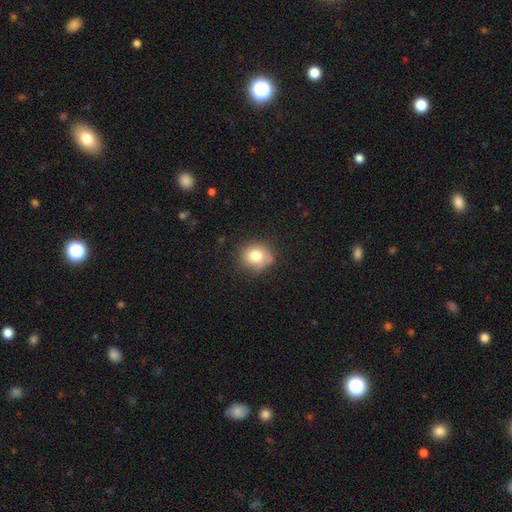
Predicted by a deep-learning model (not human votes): smooth-or-featured: smooth: 78% | featured or disk: 12% | star or artifact: 11%
  how-rounded: round: 80% | in between: 19% | cigar-shaped: 1%
  merging: none: 70% | minor disturbance: 22% | major disturbance: 5% | merger: 3%